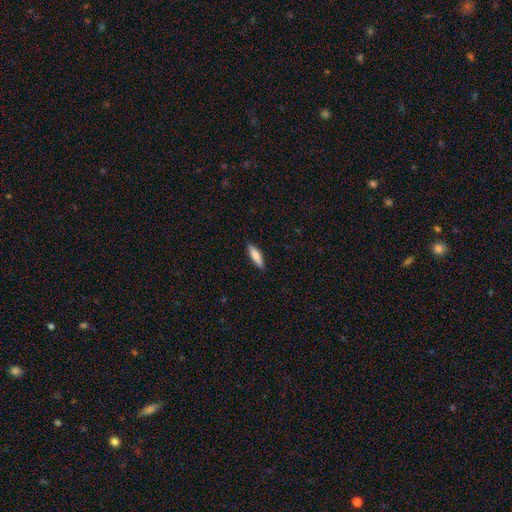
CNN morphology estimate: Q: Smooth or featured?
A: smooth (76%); runner-up: featured or disk (18%)
Q: How rounded?
A: cigar-shaped (59%); runner-up: in between (39%)
Q: Merging?
A: none (88%); runner-up: minor disturbance (9%)